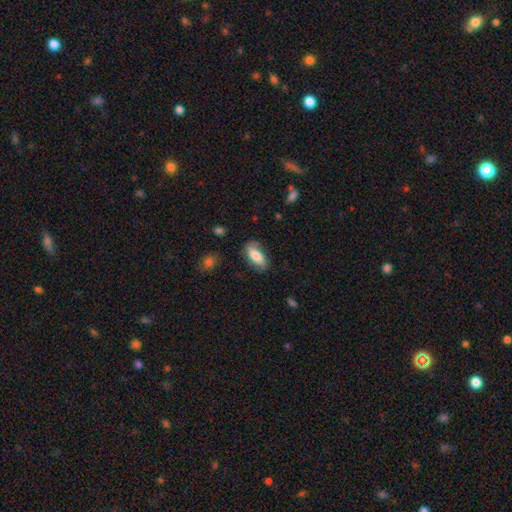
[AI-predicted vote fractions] Smooth or featured? smooth (72%)
How rounded? in between (88%)
Merging? none (72%)